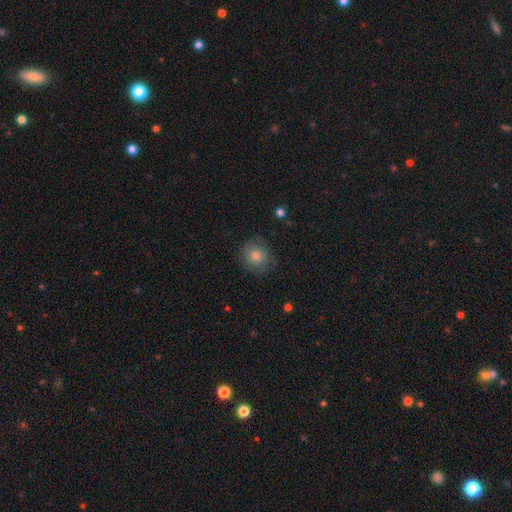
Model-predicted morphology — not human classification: A smooth galaxy with no disk features (72%) that is round (83%).

Vote fractions:
- Smooth or featured? smooth: 72% / featured or disk: 16% / star or artifact: 13%
- How rounded? round: 83% / in between: 16% / cigar-shaped: 1%
- Merging? none: 82% / minor disturbance: 13% / major disturbance: 4% / merger: 1%